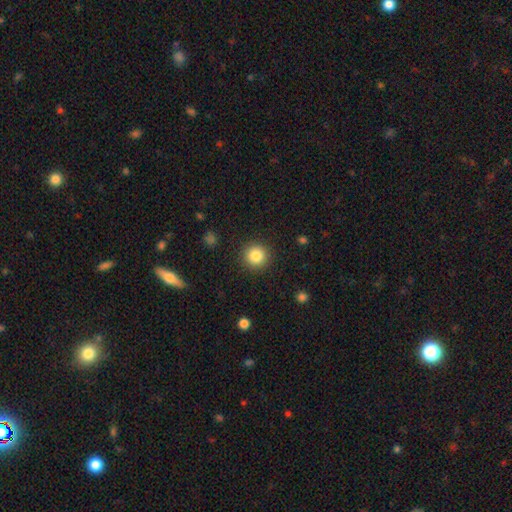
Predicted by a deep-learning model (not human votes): A smooth galaxy with no disk features (85%) that is round (94%).

Vote fractions:
- Smooth or featured? smooth: 85% / star or artifact: 10% / featured or disk: 6%
- How rounded? round: 94% / in between: 5% / cigar-shaped: 1%
- Merging? none: 91% / minor disturbance: 6% / major disturbance: 2% / merger: 1%